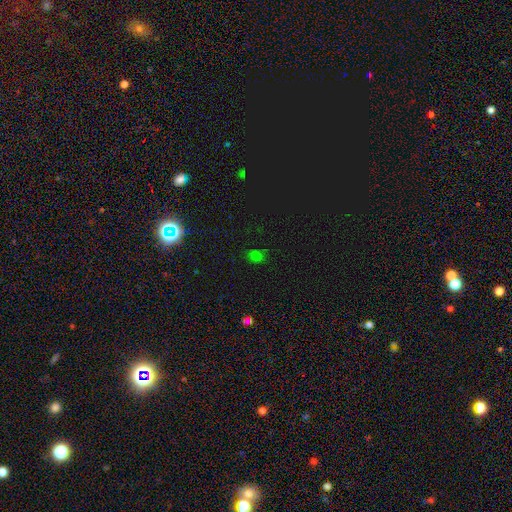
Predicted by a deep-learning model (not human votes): smooth-or-featured: smooth: 62% | star or artifact: 33% | featured or disk: 5%
  how-rounded: round: 53% | in between: 45% | cigar-shaped: 2%
  merging: none: 78% | minor disturbance: 16% | major disturbance: 4% | merger: 2%